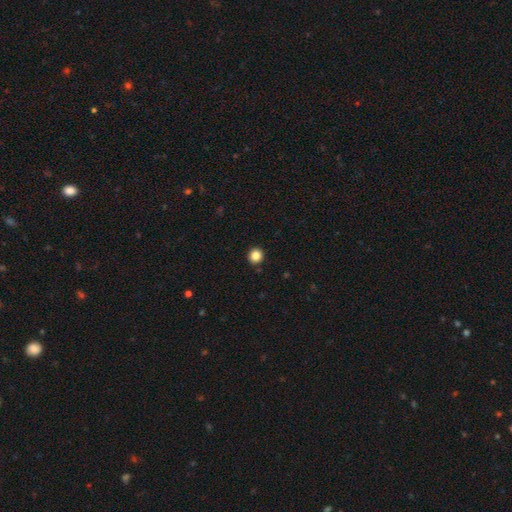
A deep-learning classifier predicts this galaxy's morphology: This is clearly a smooth galaxy (85%). How rounded: clearly round (94%). Merging: clearly none (93%).